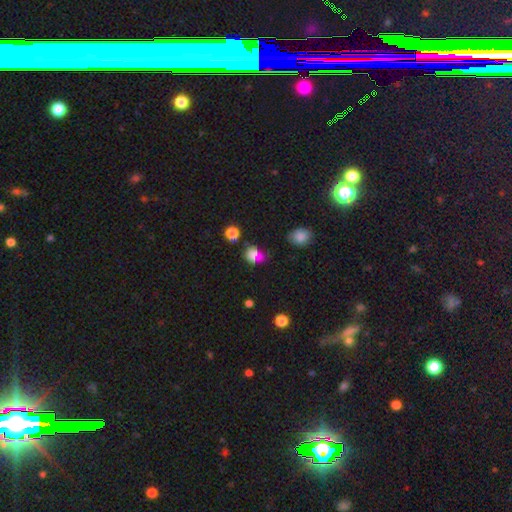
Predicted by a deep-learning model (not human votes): smooth_or_featured: smooth (p=0.67) [alt: star or artifact p=0.24]
how_rounded: round (p=0.64) [alt: in between p=0.34]
merging: none (p=0.64) [alt: minor disturbance p=0.20]